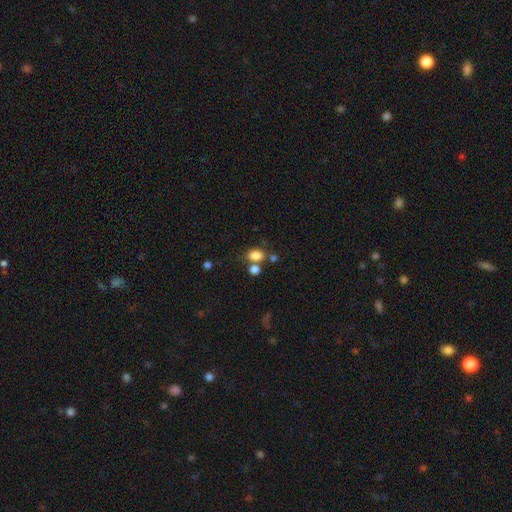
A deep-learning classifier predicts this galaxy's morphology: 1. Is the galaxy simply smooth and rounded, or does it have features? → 82% smooth, 11% star or artifact, 7% featured or disk.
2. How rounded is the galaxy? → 76% in between, 23% round, 2% cigar-shaped.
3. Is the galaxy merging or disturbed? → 54% none, 28% merger, 13% minor disturbance, 6% major disturbance.